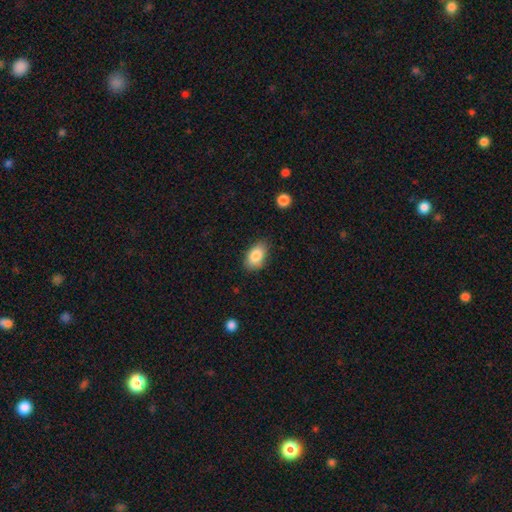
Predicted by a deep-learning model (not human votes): smooth_or_featured: smooth (p=0.85) [alt: featured or disk p=0.08]
how_rounded: in between (p=0.91) [alt: round p=0.07]
merging: none (p=0.80) [alt: minor disturbance p=0.16]